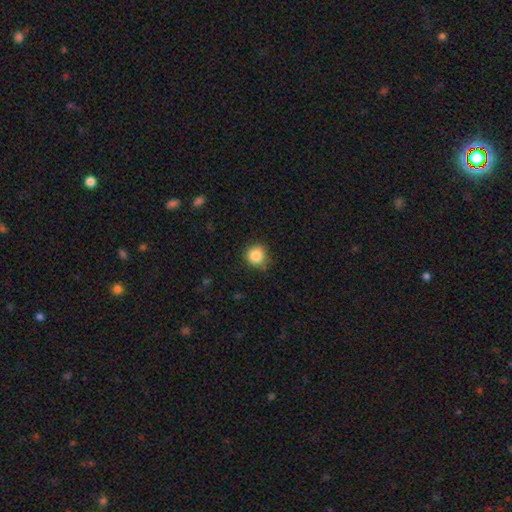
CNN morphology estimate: type=smooth (85%); roundness=round (91%); merging=none (79%).